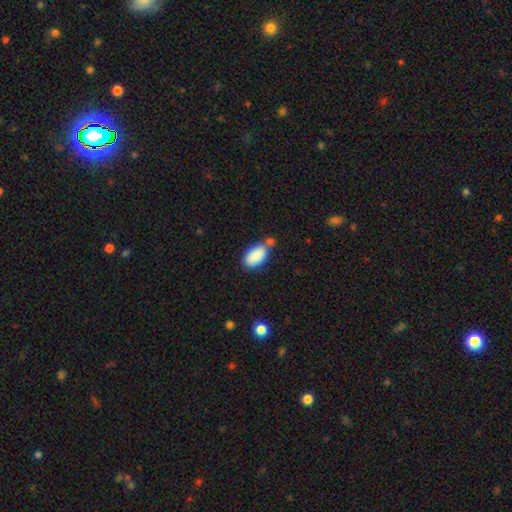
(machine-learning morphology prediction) Smooth or featured? smooth (89%)
How rounded? in between (95%)
Merging? none (59%)